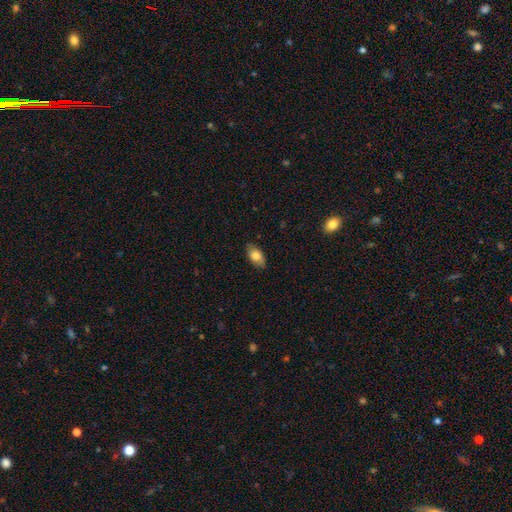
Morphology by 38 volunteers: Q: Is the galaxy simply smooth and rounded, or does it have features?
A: smooth — 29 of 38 (76%).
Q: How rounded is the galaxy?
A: in between — 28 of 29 (97%).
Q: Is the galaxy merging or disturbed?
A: none — 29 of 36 (81%).